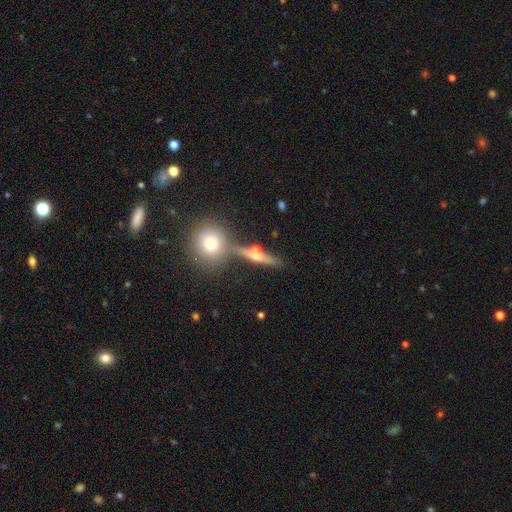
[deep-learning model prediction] Q: Smooth or featured?
A: featured or disk (49%); runner-up: smooth (39%)
Q: Merging?
A: none (63%); runner-up: merger (18%)